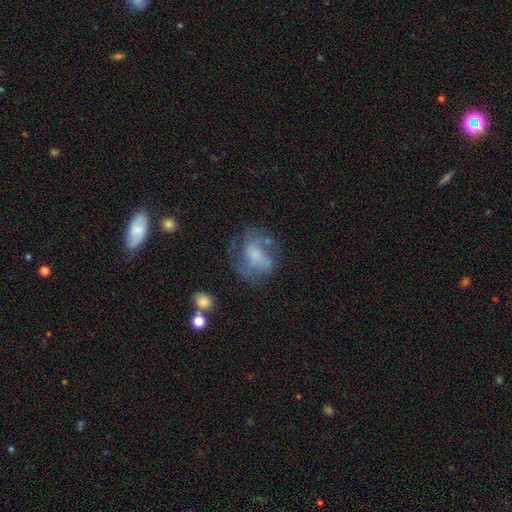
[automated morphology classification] smooth-or-featured: featured or disk: 49% | smooth: 39% | star or artifact: 12%
  merging: none: 43% | major disturbance: 28% | minor disturbance: 22% | merger: 7%